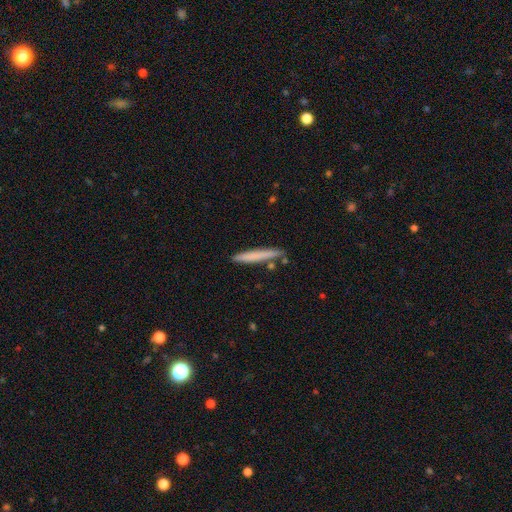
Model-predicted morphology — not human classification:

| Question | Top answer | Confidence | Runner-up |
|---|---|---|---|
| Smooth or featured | smooth | 69% | featured or disk (25%) |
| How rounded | cigar-shaped | 96% | in between (3%) |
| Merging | none | 84% | minor disturbance (10%) |